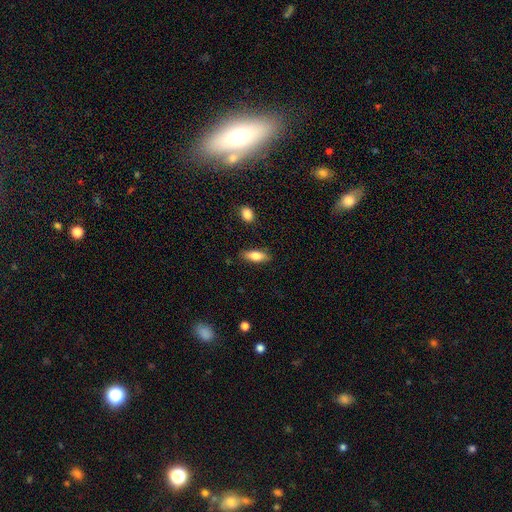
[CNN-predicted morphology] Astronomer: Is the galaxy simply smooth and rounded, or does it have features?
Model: smooth — 77%.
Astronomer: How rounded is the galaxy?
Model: in between — 69%.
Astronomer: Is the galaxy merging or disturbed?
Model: none — 84%.